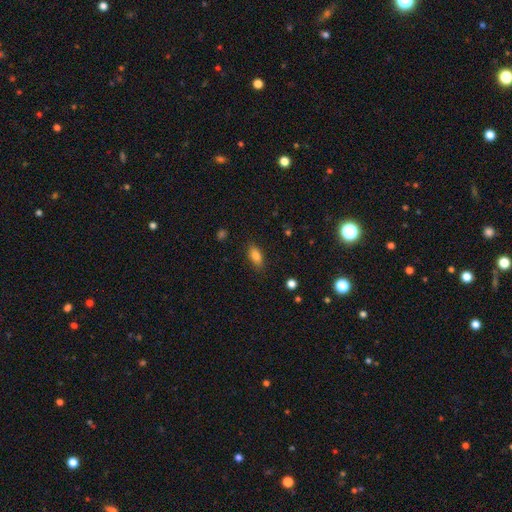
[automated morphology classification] Smooth or featured? smooth (83%)
How rounded? in between (85%)
Merging? none (84%)